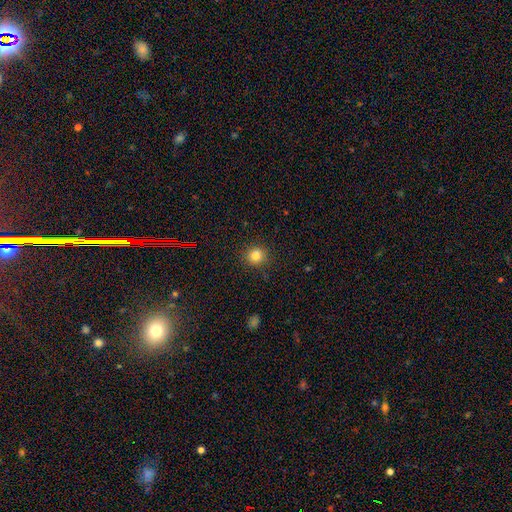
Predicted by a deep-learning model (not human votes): This appears to be a smooth galaxy with no disk features (83%) that is round (88%). Merging: none (88%).